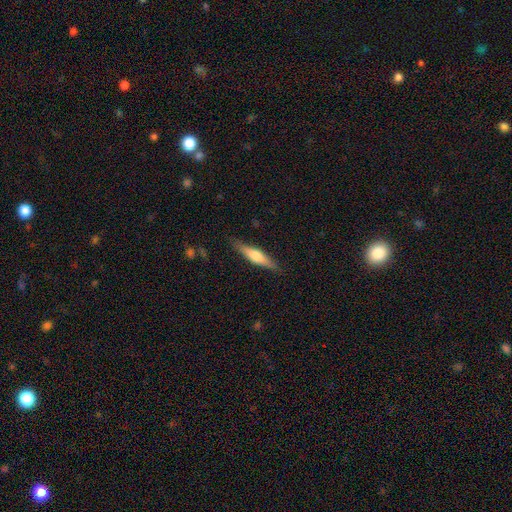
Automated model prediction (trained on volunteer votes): This appears to be a smooth galaxy with no disk features (51%) that is cigar-shaped (79%). Merging: none (85%).